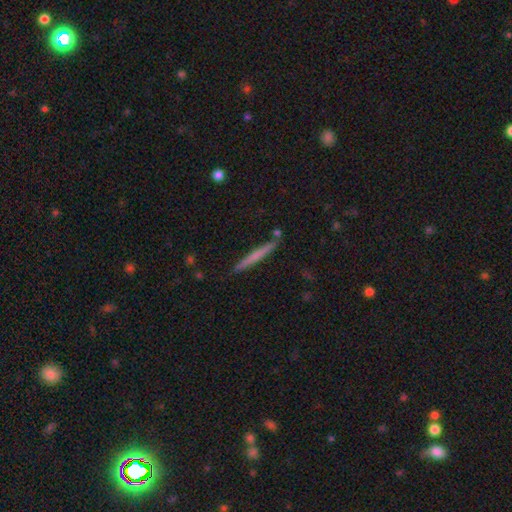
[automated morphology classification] Smooth or featured?
  - smooth: 56% *
  - featured or disk: 38%
  - star or artifact: 6%
How rounded?
  - cigar-shaped: 96% *
  - in between: 2%
  - round: 1%
Merging?
  - none: 88% *
  - minor disturbance: 8%
  - merger: 3%
  - major disturbance: 1%